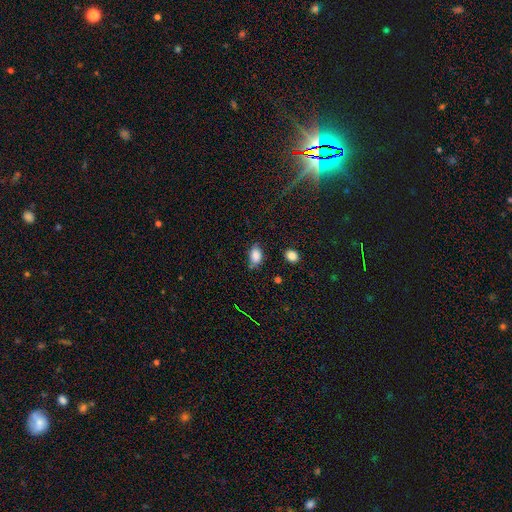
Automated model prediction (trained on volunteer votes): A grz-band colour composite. It shows a smooth galaxy with no disk features (84%) that is in between round and cigar-shaped (86%). Merging: none (68%).